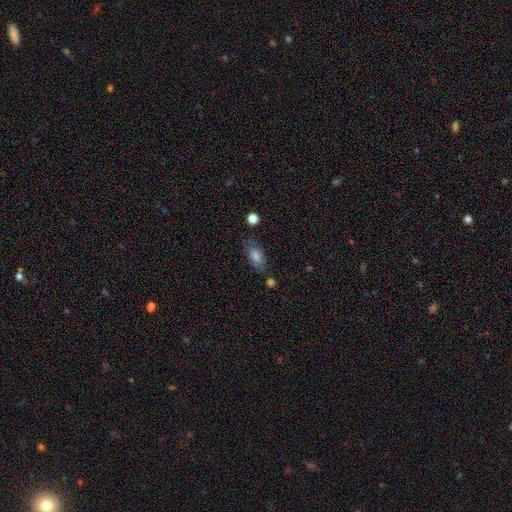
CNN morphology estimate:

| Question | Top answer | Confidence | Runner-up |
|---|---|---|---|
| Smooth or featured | smooth | 58% | featured or disk (27%) |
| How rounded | in between | 83% | cigar-shaped (12%) |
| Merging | none | 71% | minor disturbance (18%) |